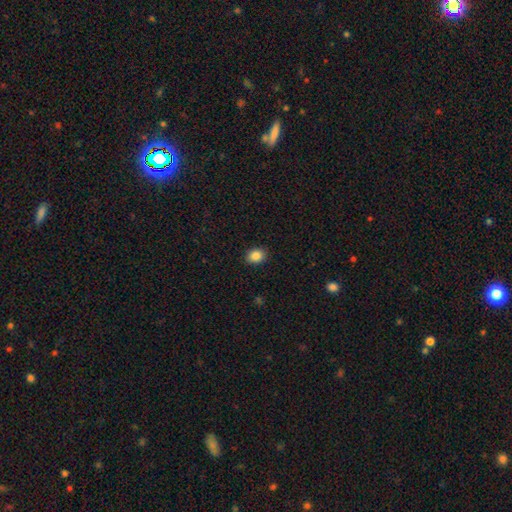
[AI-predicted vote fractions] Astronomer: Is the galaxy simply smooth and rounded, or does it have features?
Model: smooth — 86%.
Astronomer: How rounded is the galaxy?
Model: in between — 56% (runner-up: round, 43%).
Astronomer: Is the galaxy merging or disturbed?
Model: none — 90%.